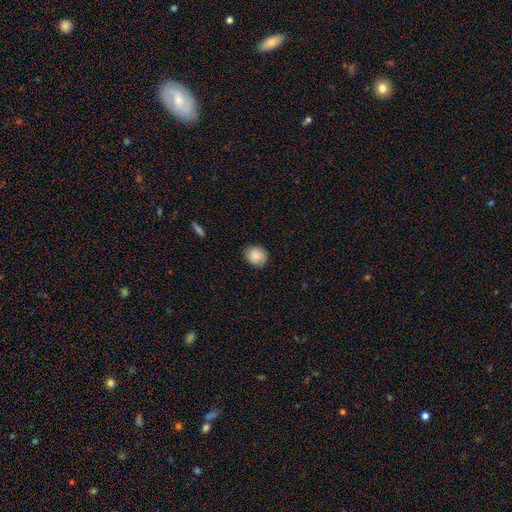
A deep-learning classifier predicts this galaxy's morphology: Q: Smooth or featured?
A: smooth (82%); runner-up: featured or disk (10%)
Q: How rounded?
A: round (84%); runner-up: in between (15%)
Q: Merging?
A: none (82%); runner-up: minor disturbance (14%)